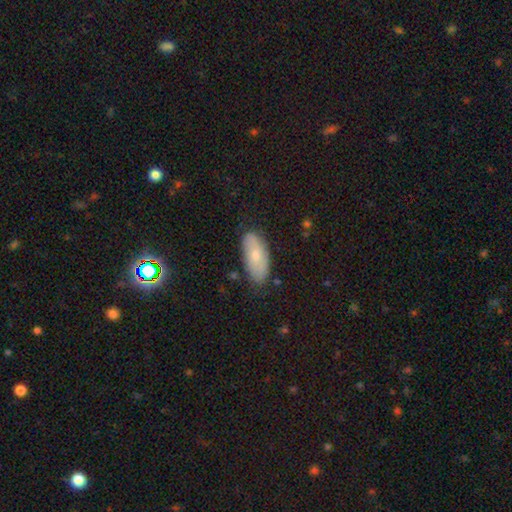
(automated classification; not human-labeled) The model was most divided on "smooth or featured": smooth: 65%, featured or disk: 28%, star or artifact: 7%. More confident: how rounded — in between (87%); merging — none (77%).